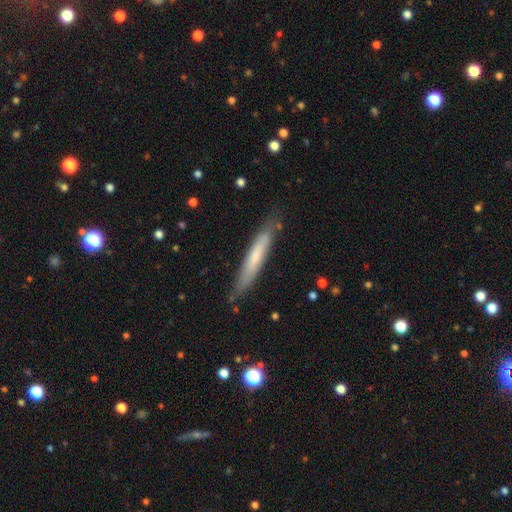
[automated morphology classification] Smooth or featured: smooth — 62% (featured or disk — 32%)
How rounded: cigar-shaped — 93% (in between — 6%)
Merging: none — 81% (minor disturbance — 15%)